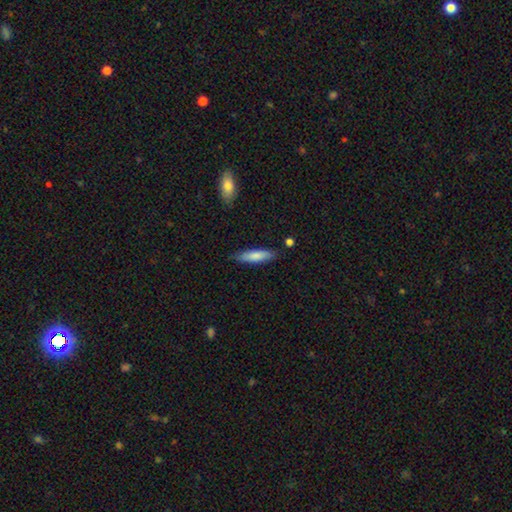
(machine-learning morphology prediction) The model was most divided on "how rounded": cigar-shaped: 70%, in between: 28%, round: 1%. More confident: merging — none (81%); smooth or featured — smooth (78%).